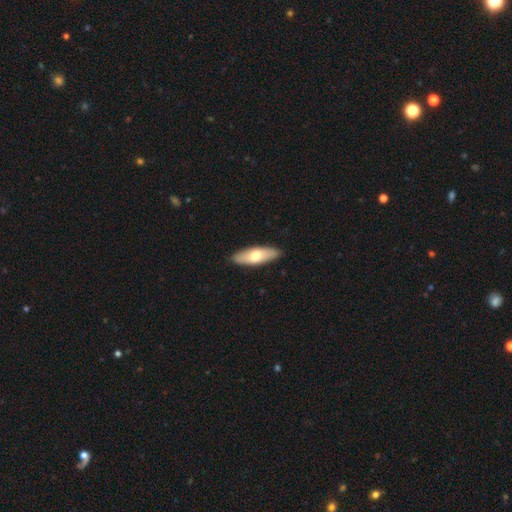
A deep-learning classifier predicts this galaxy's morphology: Overall: smooth (64%; featured or disk 31%). How rounded: in between (56%; cigar-shaped 42%). Merging: none (90%).